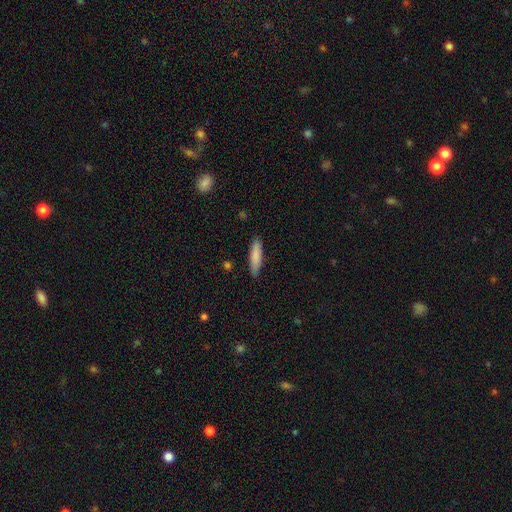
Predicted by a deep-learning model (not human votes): smooth-or-featured: smooth: 83% | featured or disk: 11% | star or artifact: 6%
  how-rounded: cigar-shaped: 80% | in between: 19% | round: 1%
  merging: none: 86% | minor disturbance: 10% | major disturbance: 2% | merger: 1%